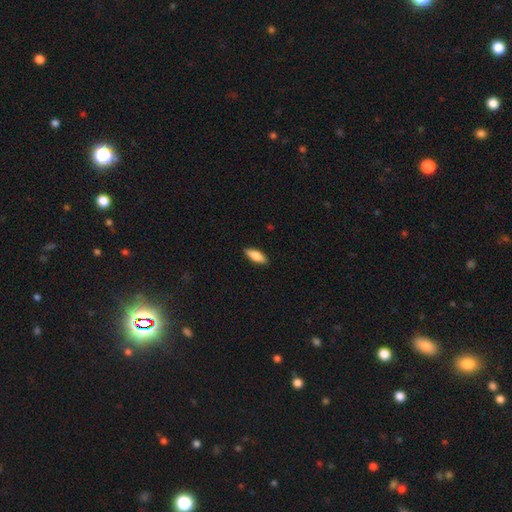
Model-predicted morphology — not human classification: This is likely a smooth galaxy (77%). How rounded: likely in between (66%). Merging: clearly none (88%).